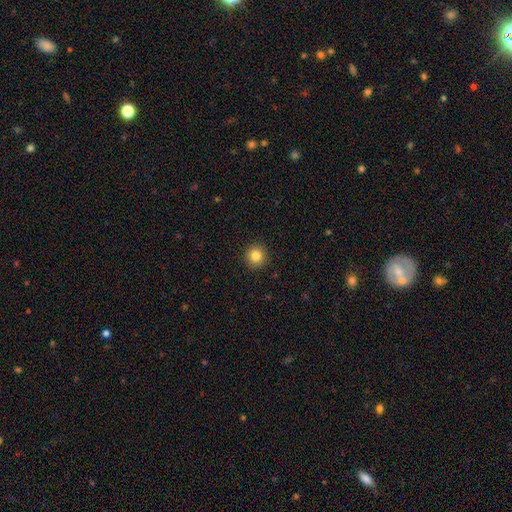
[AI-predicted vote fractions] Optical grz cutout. It shows a smooth galaxy with no disk features (84%) that is round (94%). Merging: none (92%).